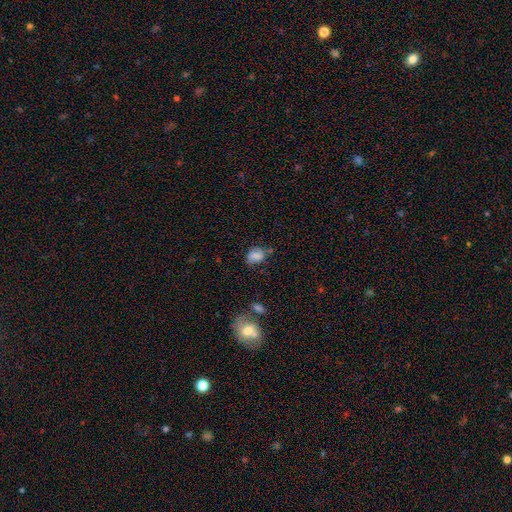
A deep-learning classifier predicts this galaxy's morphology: smooth_or_featured: smooth (p=0.72) [alt: featured or disk p=0.18]
how_rounded: in between (p=0.63) [alt: round p=0.35]
merging: none (p=0.53) [alt: minor disturbance p=0.30]